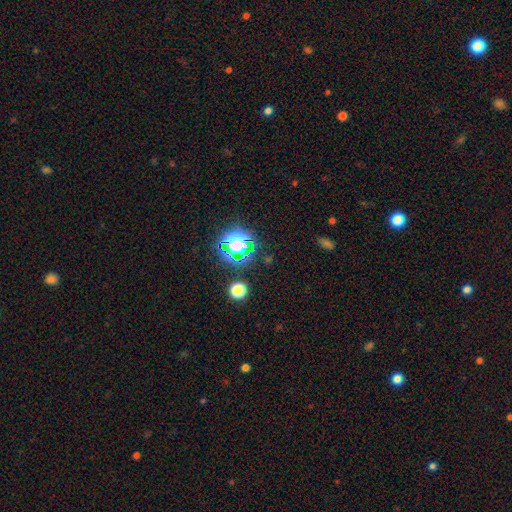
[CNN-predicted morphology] Q: Smooth or featured?
A: star or artifact (78%); runner-up: smooth (15%)